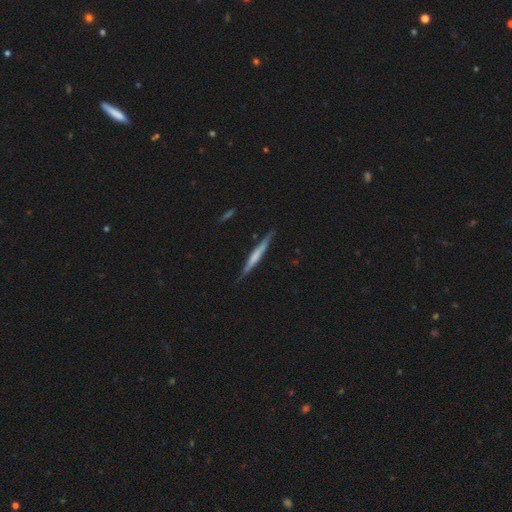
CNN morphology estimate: Smooth or featured? Predicted: featured or disk (p=0.52). Edge-on disk? Predicted: yes (p=0.96). Merging? Predicted: none (p=0.83).